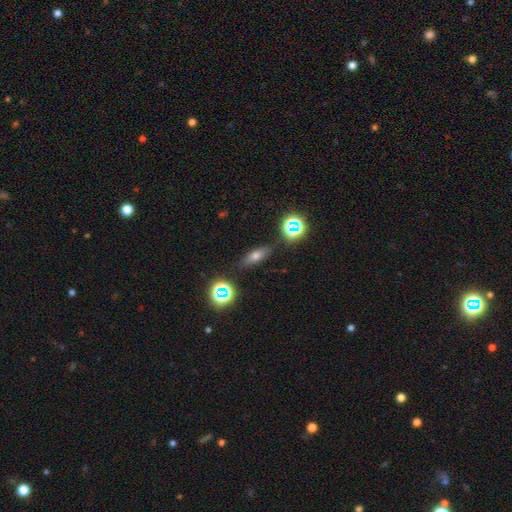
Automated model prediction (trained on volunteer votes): This appears to be a smooth galaxy with no disk features (59%) that is in between round and cigar-shaped (52%). Merging: none (85%).